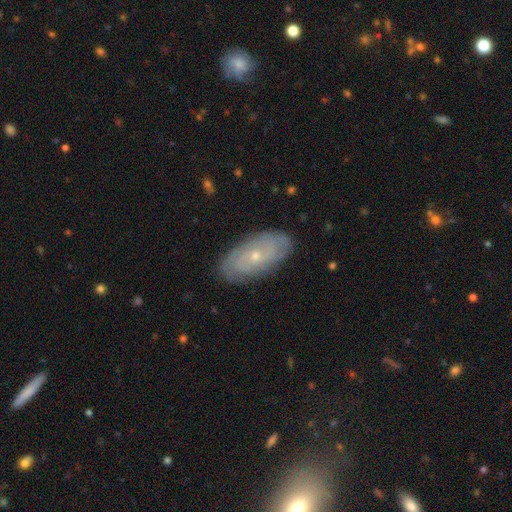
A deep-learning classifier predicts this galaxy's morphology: Smooth or featured?
  - featured or disk: 64% *
  - smooth: 29%
  - star or artifact: 7%
Edge-on disk?
  - no: 90% *
  - yes: 10%
Bar?
  - no: 82% *
  - weak: 15%
  - strong: 3%
Spiral arms?
  - yes: 78% *
  - no: 22%
Bulge size?
  - small: 73% *
  - moderate: 24%
  - none: 1%
  - large: 1%
  - dominant: 1%
Merging?
  - none: 84% *
  - minor disturbance: 12%
  - major disturbance: 3%
  - merger: 1%